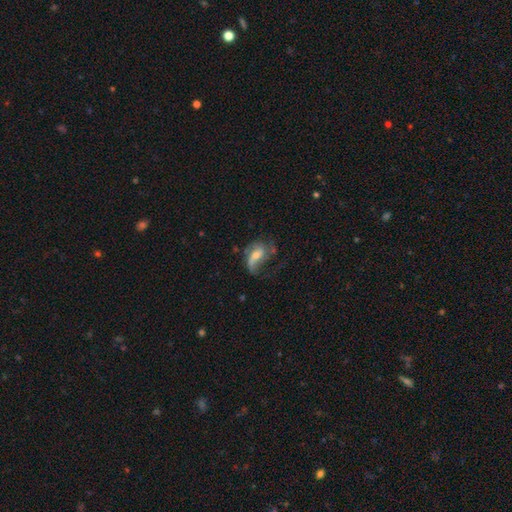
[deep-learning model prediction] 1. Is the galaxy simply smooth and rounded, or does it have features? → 67% featured or disk, 25% smooth, 8% star or artifact.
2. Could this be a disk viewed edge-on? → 96% no, 4% yes.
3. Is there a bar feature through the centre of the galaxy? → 44% no, 40% weak, 16% strong.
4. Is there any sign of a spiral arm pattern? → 84% yes, 16% no.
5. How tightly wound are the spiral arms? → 59% loose, 31% medium, 11% tight.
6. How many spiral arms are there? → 51% 2, 30% 1, 11% can't tell, 5% 3, 2% 4, 2% more than 4.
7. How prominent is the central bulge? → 49% moderate, 38% small, 6% none, 5% large, 1% dominant.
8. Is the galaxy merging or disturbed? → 38% none, 33% major disturbance, 24% minor disturbance, 5% merger.